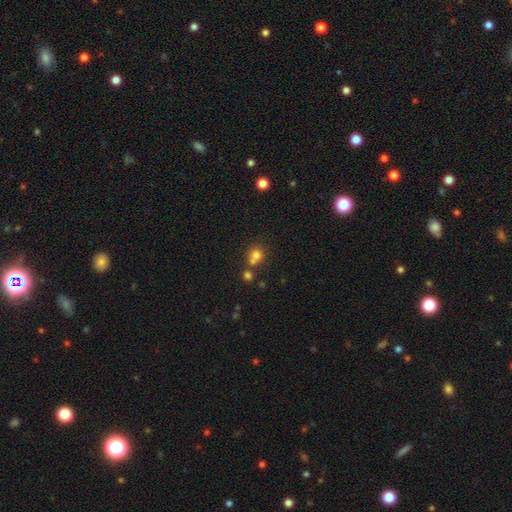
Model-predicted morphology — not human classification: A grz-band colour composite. It shows a smooth galaxy with no disk features (74%) that is round (81%). Merging: none (46%).